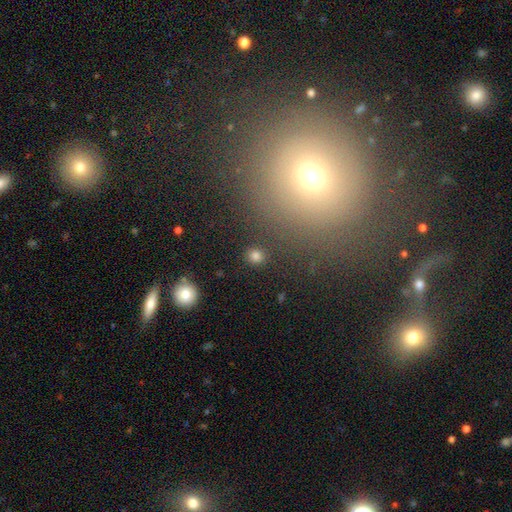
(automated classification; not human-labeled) Q: Smooth or featured?
A: smooth (81%); runner-up: star or artifact (14%)
Q: How rounded?
A: round (87%); runner-up: in between (12%)
Q: Merging?
A: none (90%); runner-up: minor disturbance (6%)